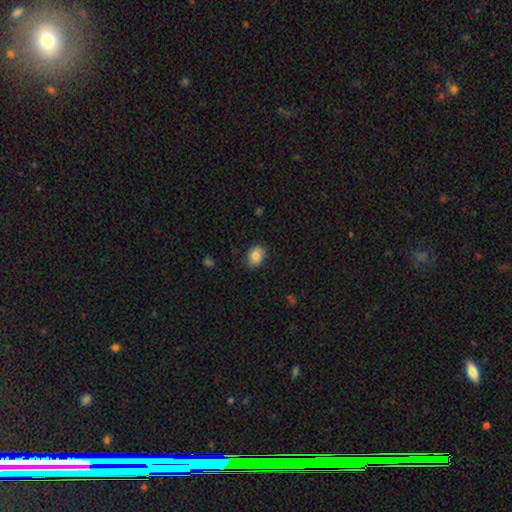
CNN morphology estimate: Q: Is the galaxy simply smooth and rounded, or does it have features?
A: smooth — 82%.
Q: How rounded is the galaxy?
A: in between — 66%.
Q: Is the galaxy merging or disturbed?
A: none — 82%.